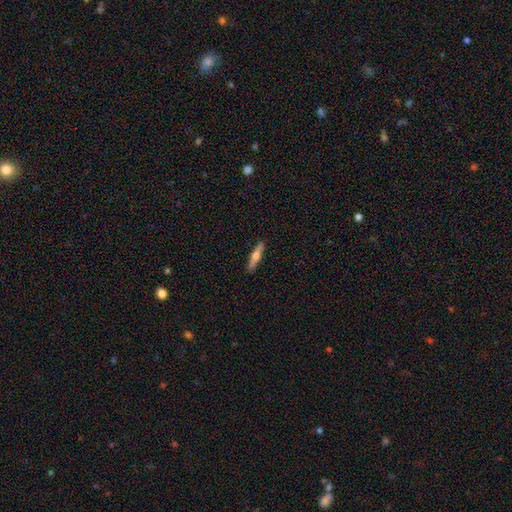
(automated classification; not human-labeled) This appears to be a smooth galaxy with no disk features (49%). Merging: none (90%).